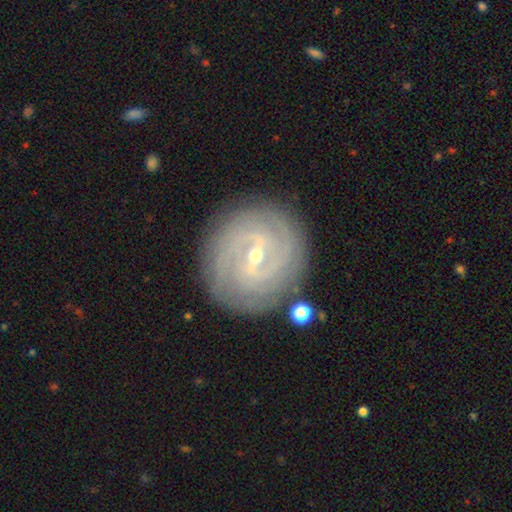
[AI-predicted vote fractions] Overall: featured or disk (89%). Edge-on disk: no (97%). Bar: weak (47%; strong 41%). Spiral arms: yes (97%). Spiral arm count: can't tell (23%; 2 22%). Spiral winding: tight (77%). Bulge size: small (61%; moderate 36%). Merging: none (84%).